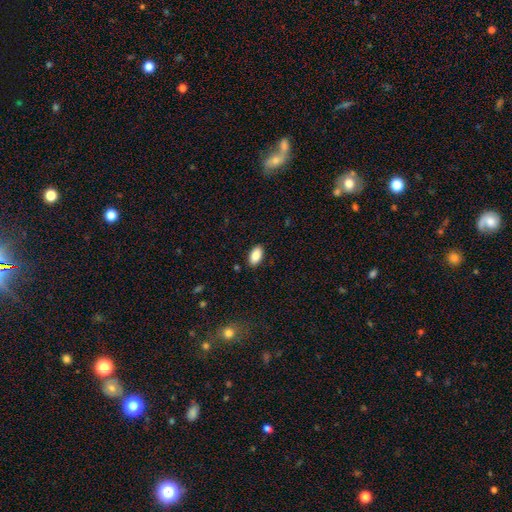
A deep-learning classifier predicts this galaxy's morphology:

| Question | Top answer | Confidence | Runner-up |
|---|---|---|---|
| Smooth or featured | smooth | 87% | star or artifact (7%) |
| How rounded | in between | 94% | round (4%) |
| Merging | none | 89% | minor disturbance (8%) |